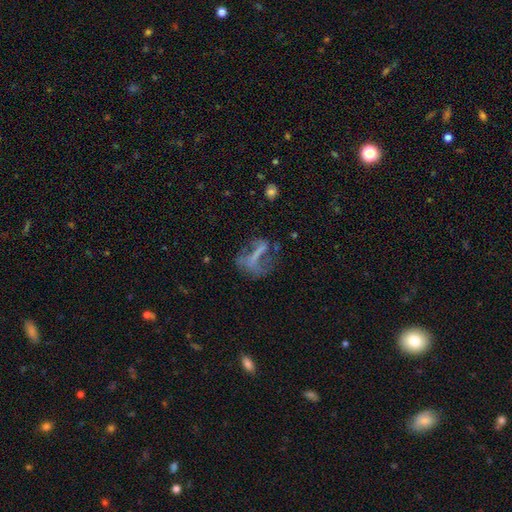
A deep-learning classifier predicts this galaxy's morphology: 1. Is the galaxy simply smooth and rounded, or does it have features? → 53% featured or disk, 29% smooth, 18% star or artifact.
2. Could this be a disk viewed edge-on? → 89% no, 11% yes.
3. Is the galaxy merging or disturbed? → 37% major disturbance (tied), 37% none (tied), 19% minor disturbance, 7% merger.